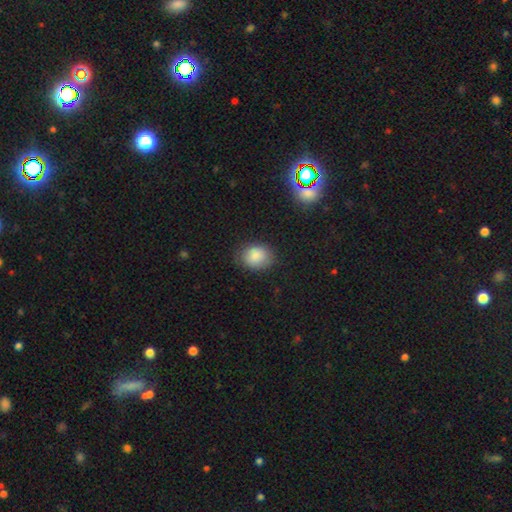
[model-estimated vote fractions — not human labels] Smooth or featured?
  - smooth: 85% *
  - star or artifact: 9%
  - featured or disk: 6%
How rounded?
  - round: 53% *
  - in between: 46%
  - cigar-shaped: 1%
Merging?
  - none: 80% *
  - minor disturbance: 15%
  - major disturbance: 4%
  - merger: 1%